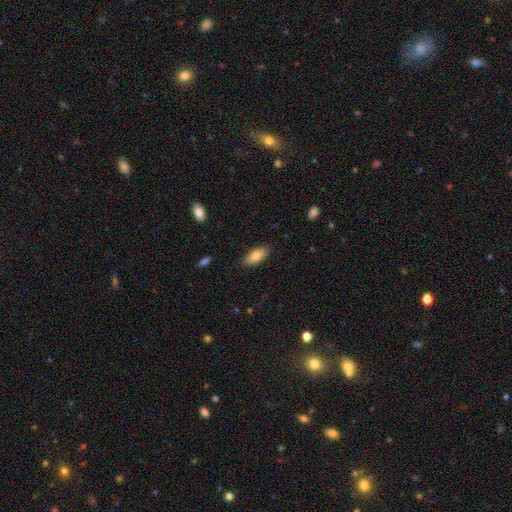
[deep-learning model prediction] This is likely a smooth galaxy (79%). How rounded: clearly in between (86%). Merging: clearly none (86%).